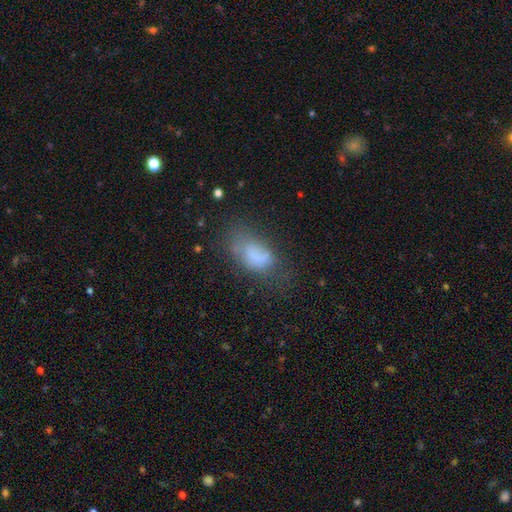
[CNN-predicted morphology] Smooth or featured? Predicted: smooth (p=0.68). How rounded? Predicted: in between (p=0.89). Merging? Predicted: none (p=0.37).